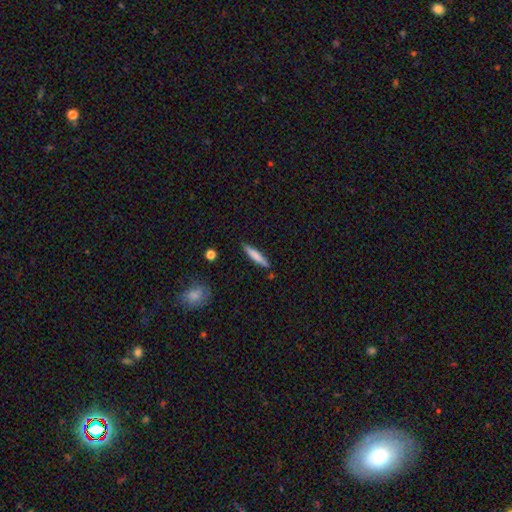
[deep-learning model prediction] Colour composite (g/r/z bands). It shows a smooth galaxy with no disk features (71%) that is cigar-shaped (92%). Merging: none (86%).